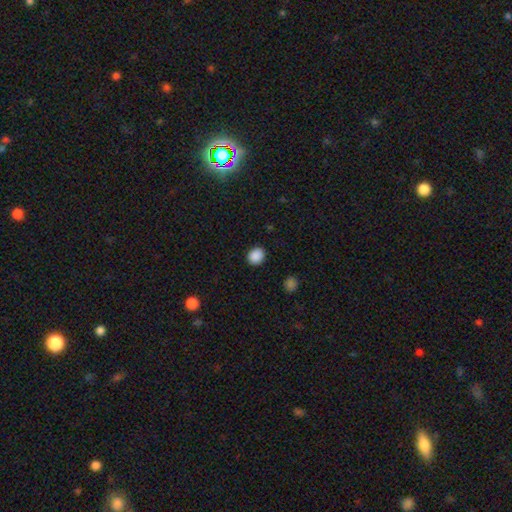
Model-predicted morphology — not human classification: Overall: smooth (88%). How rounded: round (73%). Merging: none (89%).